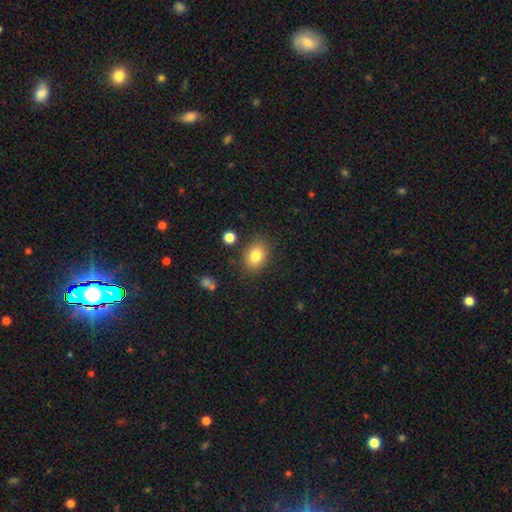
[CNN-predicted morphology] This is clearly a smooth galaxy (82%). How rounded: likely in between (69%). Merging: clearly none (82%).